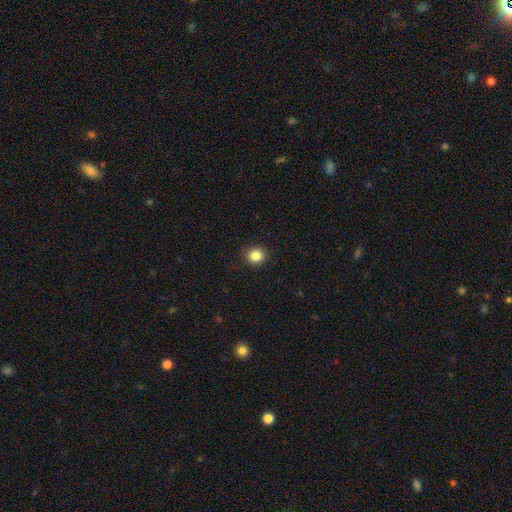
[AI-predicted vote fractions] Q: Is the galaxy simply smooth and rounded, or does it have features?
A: smooth — 85%.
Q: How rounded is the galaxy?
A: round — 90%.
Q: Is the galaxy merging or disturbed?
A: none — 91%.